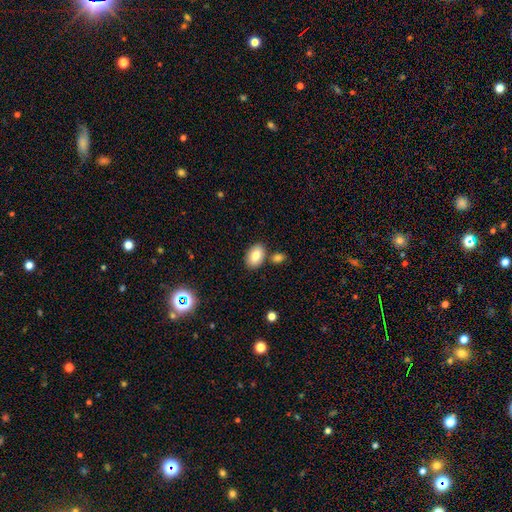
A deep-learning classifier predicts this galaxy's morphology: Smooth or featured? Predicted: smooth (p=0.82). How rounded? Predicted: in between (p=0.88). Merging? Predicted: none (p=0.78).